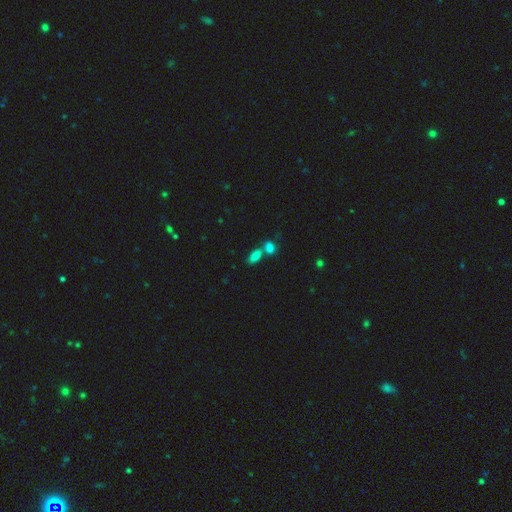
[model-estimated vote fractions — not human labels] Smooth or featured?
  - smooth: 80% *
  - star or artifact: 12%
  - featured or disk: 8%
How rounded?
  - in between: 88% *
  - round: 6%
  - cigar-shaped: 6%
Merging?
  - merger: 49% *
  - none: 39%
  - minor disturbance: 9%
  - major disturbance: 4%